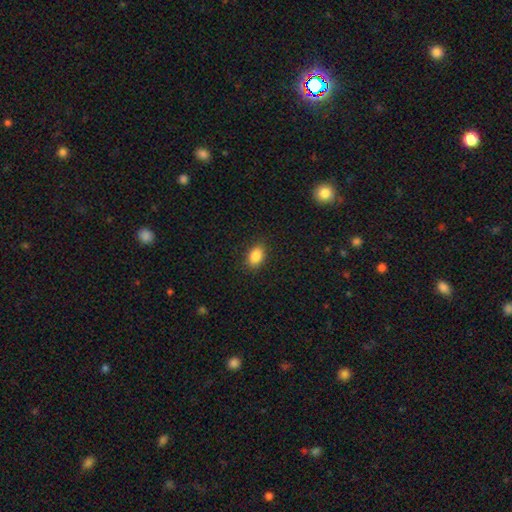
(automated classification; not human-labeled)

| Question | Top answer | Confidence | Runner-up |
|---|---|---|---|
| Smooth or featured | smooth | 87% | star or artifact (8%) |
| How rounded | in between | 86% | round (12%) |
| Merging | none | 88% | minor disturbance (9%) |